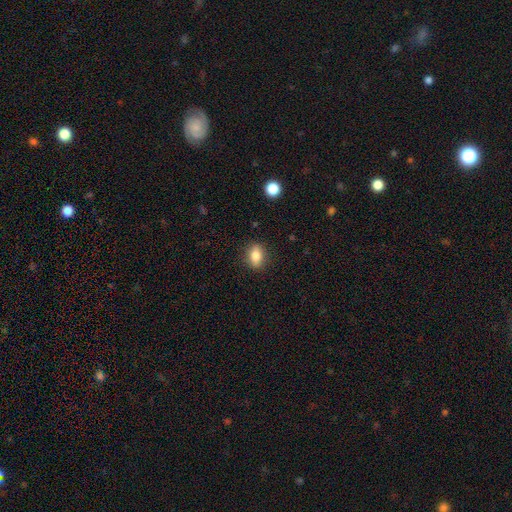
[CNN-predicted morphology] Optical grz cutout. It shows a smooth galaxy with no disk features (83%) that is in between round and cigar-shaped (77%). Merging: none (87%).